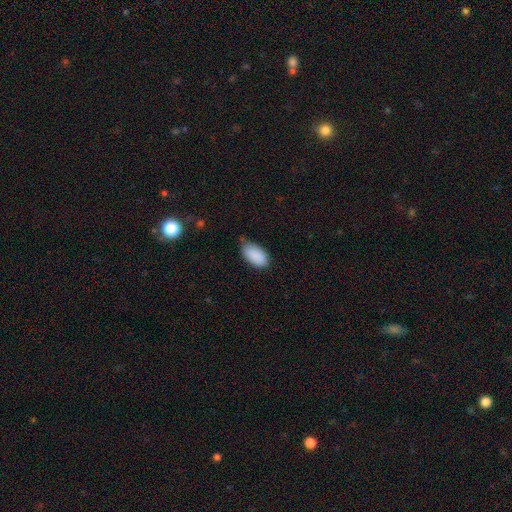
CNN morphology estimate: The model was most divided on "merging": none: 71%, minor disturbance: 24%, major disturbance: 4%, merger: 2%. More confident: how rounded — in between (95%); smooth or featured — smooth (90%).